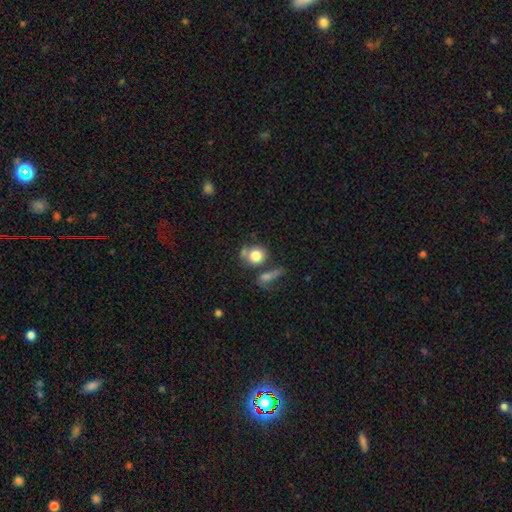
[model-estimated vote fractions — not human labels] Q: Smooth or featured?
A: smooth (80%); runner-up: featured or disk (11%)
Q: How rounded?
A: round (77%); runner-up: in between (22%)
Q: Merging?
A: none (50%); runner-up: merger (30%)